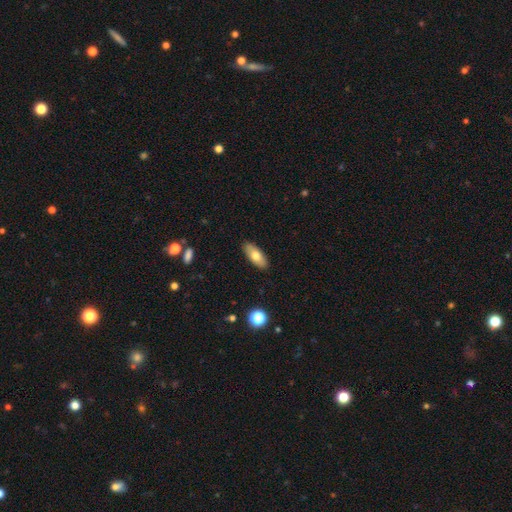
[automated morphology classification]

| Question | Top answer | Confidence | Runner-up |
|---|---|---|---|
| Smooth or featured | smooth | 72% | featured or disk (21%) |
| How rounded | in between | 83% | cigar-shaped (15%) |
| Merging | none | 88% | minor disturbance (9%) |